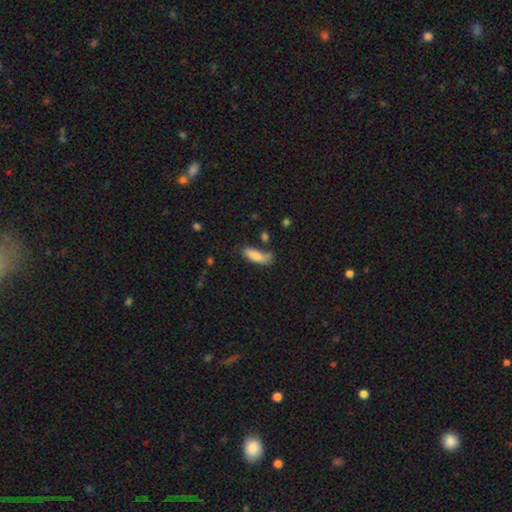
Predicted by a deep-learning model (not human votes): The model was most divided on "how rounded": in between: 59%, cigar-shaped: 38%, round: 2%. More confident: smooth or featured — smooth (81%); merging — none (50%).